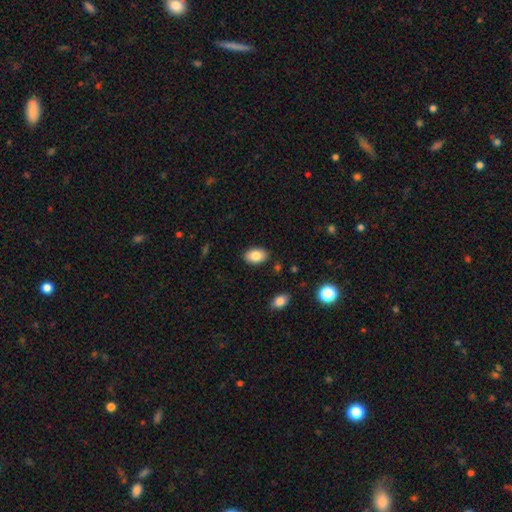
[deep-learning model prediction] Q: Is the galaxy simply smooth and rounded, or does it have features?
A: smooth — 84%.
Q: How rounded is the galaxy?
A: in between — 89%.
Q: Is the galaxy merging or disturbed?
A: none — 87%.